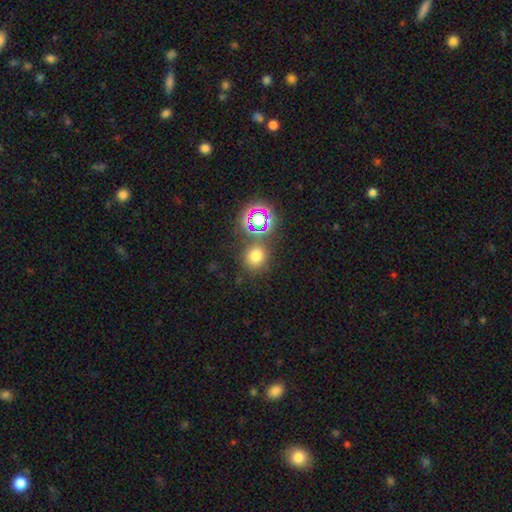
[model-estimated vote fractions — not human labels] smooth-or-featured: smooth: 67% | star or artifact: 25% | featured or disk: 7%
  how-rounded: round: 84% | in between: 15% | cigar-shaped: 1%
  merging: none: 77% | merger: 10% | minor disturbance: 10% | major disturbance: 4%